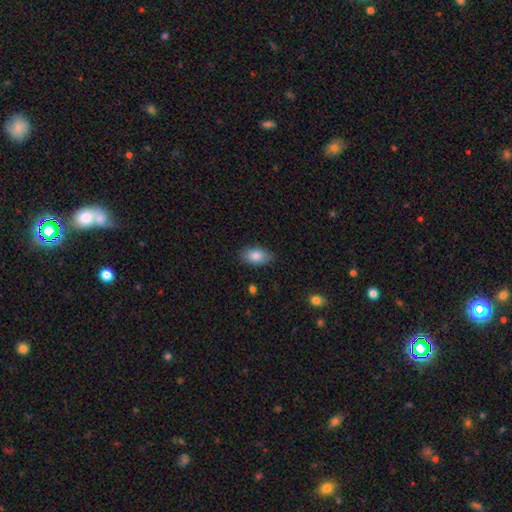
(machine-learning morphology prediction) This appears to be a smooth galaxy with no disk features (84%) that is in between round and cigar-shaped (91%). Merging: none (81%).